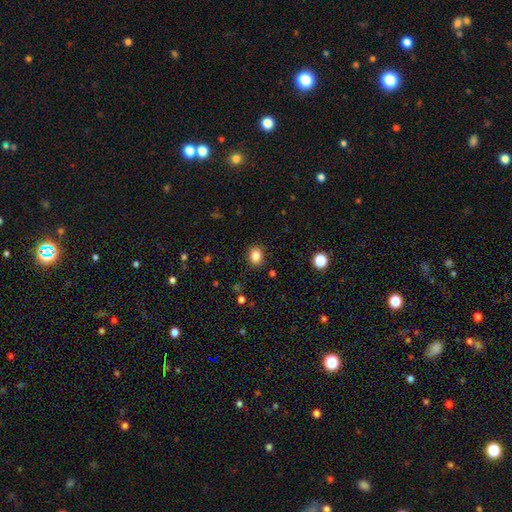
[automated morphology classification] Overall: smooth (84%). How rounded: round (54%; in between 45%). Merging: none (88%).